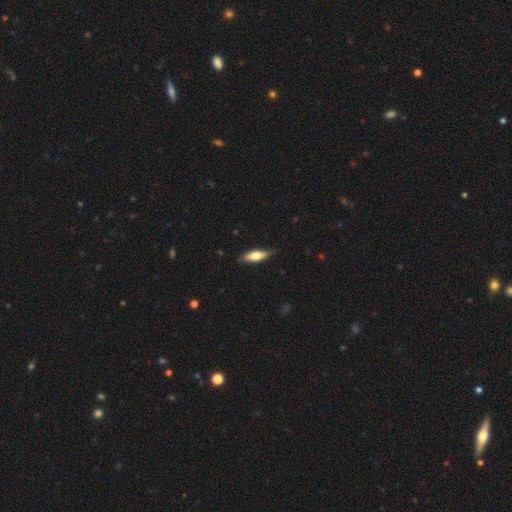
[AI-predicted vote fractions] Q: Smooth or featured?
A: smooth (65%); runner-up: featured or disk (29%)
Q: How rounded?
A: in between (51%); runner-up: cigar-shaped (47%)
Q: Merging?
A: none (81%); runner-up: minor disturbance (15%)